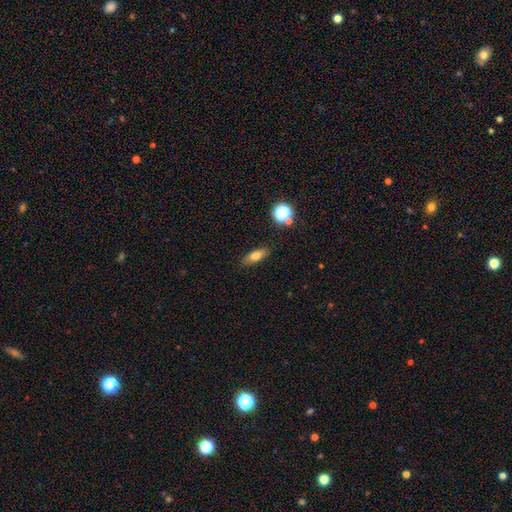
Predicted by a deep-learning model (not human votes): This is likely a smooth galaxy (73%). How rounded: likely in between (69%). Merging: clearly none (86%).